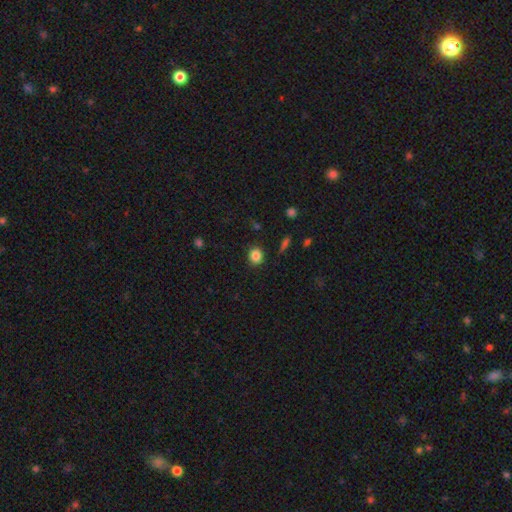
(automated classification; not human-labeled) Q: Smooth or featured?
A: smooth (84%); runner-up: star or artifact (11%)
Q: How rounded?
A: round (75%); runner-up: in between (24%)
Q: Merging?
A: none (88%); runner-up: minor disturbance (8%)